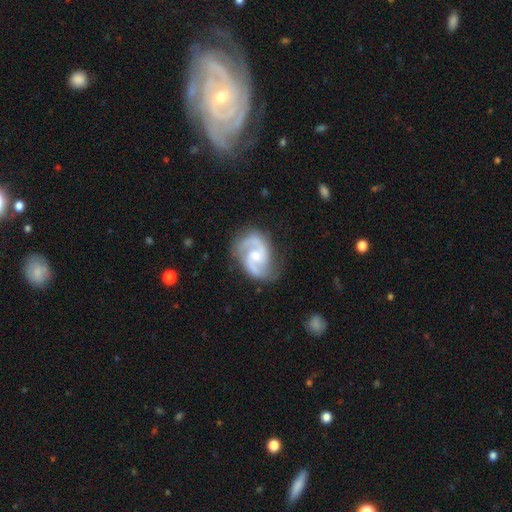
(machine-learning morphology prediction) smooth_or_featured: featured or disk (p=0.89) [alt: smooth p=0.06]
disk_edge_on: no (p=0.98) [alt: yes p=0.02]
bar: no (p=0.50) [alt: weak p=0.41]
has_spiral_arms: yes (p=0.98) [alt: no p=0.02]
spiral_winding: medium (p=0.60) [alt: tight p=0.21]
spiral_arm_count: 2 (p=0.92) [alt: can't tell p=0.03]
bulge_size: moderate (p=0.49) [alt: small p=0.44]
merging: none (p=0.75) [alt: minor disturbance p=0.18]